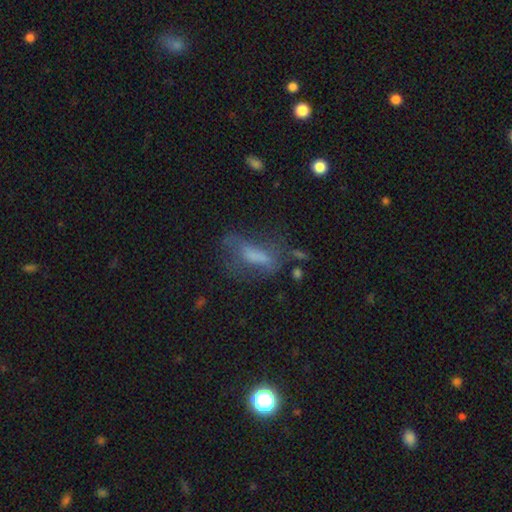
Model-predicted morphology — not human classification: Smooth or featured: smooth — 51% (featured or disk — 34%)
How rounded: in between — 57% (cigar-shaped — 38%)
Merging: none — 37% (major disturbance — 34%)